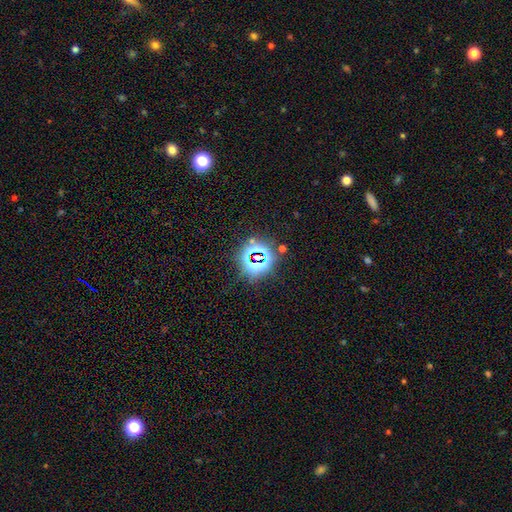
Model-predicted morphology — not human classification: Smooth or featured?
  - star or artifact: 75% *
  - smooth: 17%
  - featured or disk: 8%